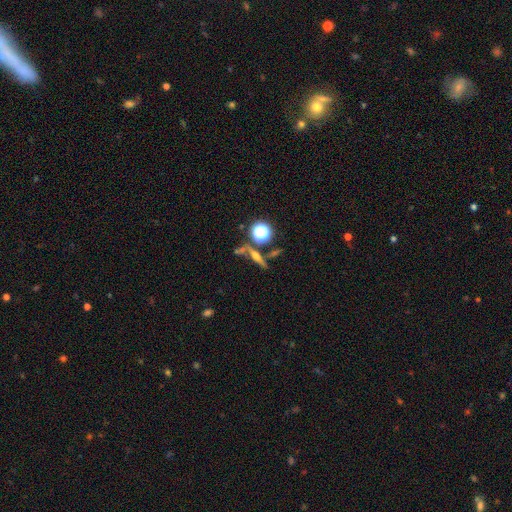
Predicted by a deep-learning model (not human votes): A featured or disk galaxy (59%) viewed edge-on (87%) with a rounded central bulge (89%). Merging: none (68%).